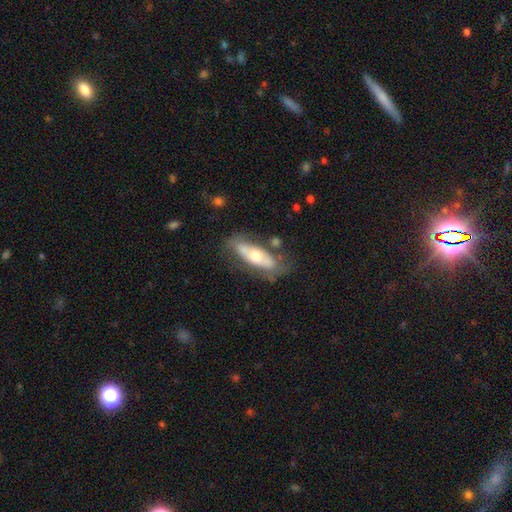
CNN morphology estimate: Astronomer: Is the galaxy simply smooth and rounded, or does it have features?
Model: featured or disk — 47%, tied with smooth at 47%.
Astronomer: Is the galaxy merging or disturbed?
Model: none — 65%.